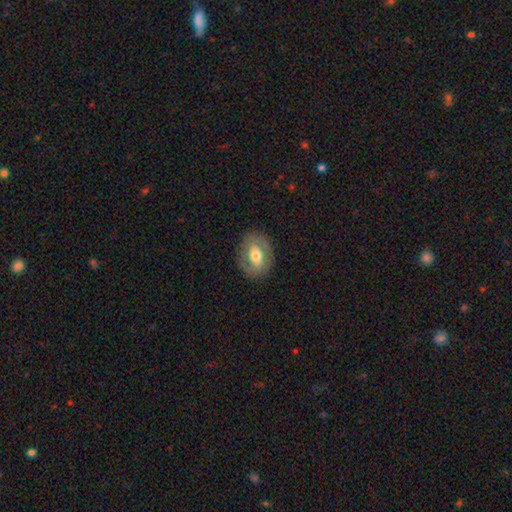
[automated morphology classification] A featured or disk galaxy (51%). Merging: none (82%).